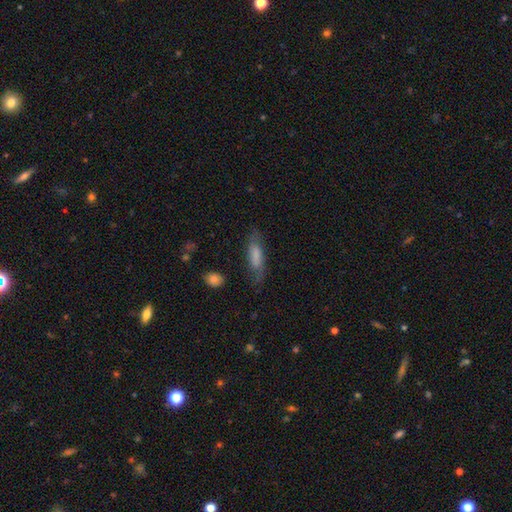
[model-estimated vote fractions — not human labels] Morphology: type=smooth (65%); roundness=cigar-shaped (51%); merging=none (70%).